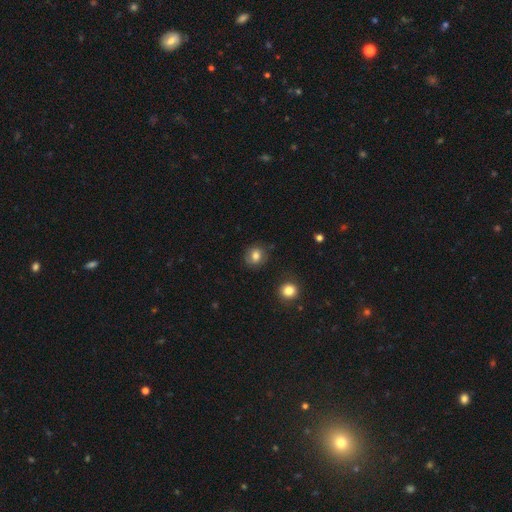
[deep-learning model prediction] Overall: smooth (79%). How rounded: round (82%). Merging: none (83%).